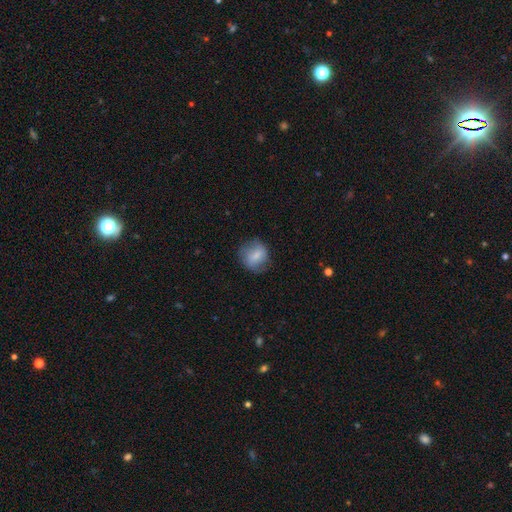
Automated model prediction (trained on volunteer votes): Smooth or featured? Predicted: smooth (p=0.73). How rounded? Predicted: round (p=0.73). Merging? Predicted: none (p=0.73).